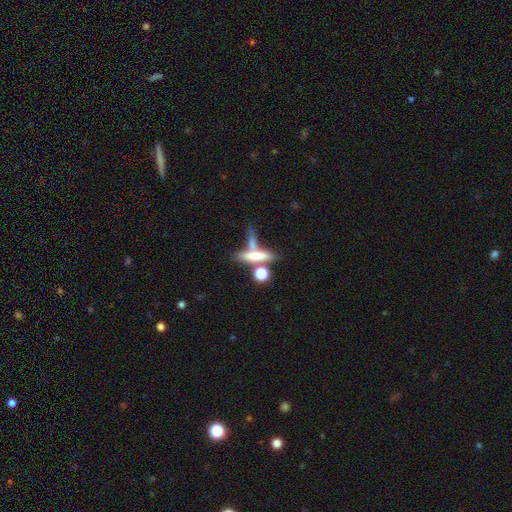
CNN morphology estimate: Smooth or featured: smooth — 61% (featured or disk — 29%)
How rounded: cigar-shaped — 66% (in between — 26%)
Merging: none — 41% (merger — 36%)